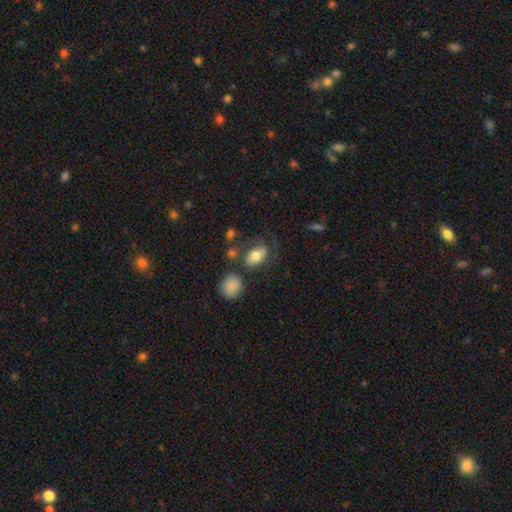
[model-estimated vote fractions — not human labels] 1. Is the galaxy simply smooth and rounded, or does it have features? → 74% smooth, 18% featured or disk, 9% star or artifact.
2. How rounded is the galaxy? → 85% in between, 12% round, 2% cigar-shaped.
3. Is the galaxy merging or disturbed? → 53% none, 21% minor disturbance, 16% major disturbance, 10% merger.